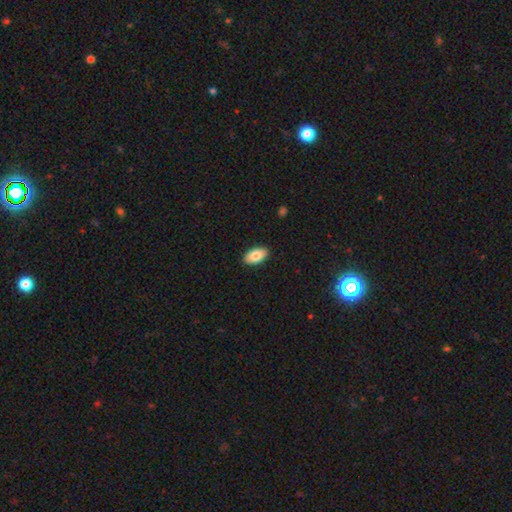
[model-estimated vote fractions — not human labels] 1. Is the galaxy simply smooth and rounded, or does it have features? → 83% smooth, 10% featured or disk, 7% star or artifact.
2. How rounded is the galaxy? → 94% in between, 4% round, 2% cigar-shaped.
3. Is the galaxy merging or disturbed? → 90% none, 7% minor disturbance, 2% major disturbance, 1% merger.